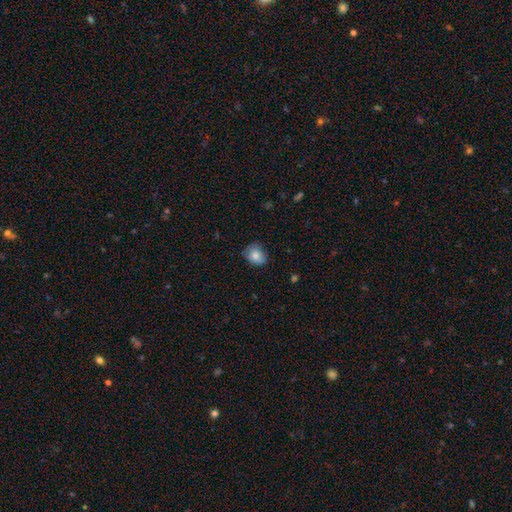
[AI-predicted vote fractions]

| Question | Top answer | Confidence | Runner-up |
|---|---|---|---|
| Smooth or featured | smooth | 76% | featured or disk (15%) |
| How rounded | round | 60% | in between (39%) |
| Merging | none | 68% | minor disturbance (25%) |